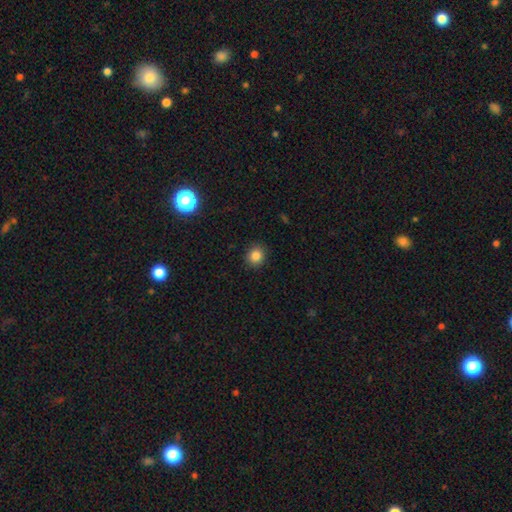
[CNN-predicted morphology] Q: Smooth or featured?
A: smooth (85%); runner-up: star or artifact (11%)
Q: How rounded?
A: round (82%); runner-up: in between (17%)
Q: Merging?
A: none (90%); runner-up: minor disturbance (7%)